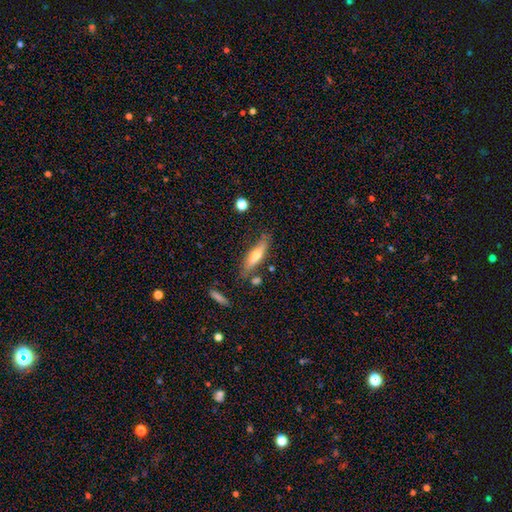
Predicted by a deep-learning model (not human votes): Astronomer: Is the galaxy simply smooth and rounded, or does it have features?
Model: smooth — 58% (runner-up: featured or disk, 36%).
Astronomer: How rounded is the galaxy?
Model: cigar-shaped — 69%.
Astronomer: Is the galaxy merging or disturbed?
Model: none — 72%.